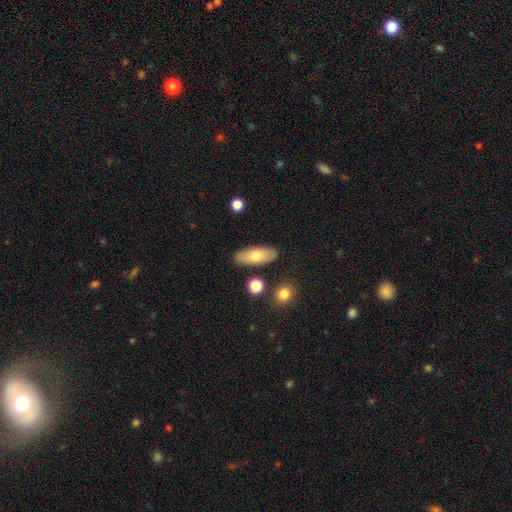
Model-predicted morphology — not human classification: The model was most divided on "smooth or featured": smooth: 72%, featured or disk: 22%, star or artifact: 6%. More confident: merging — none (85%); how rounded — in between (78%).